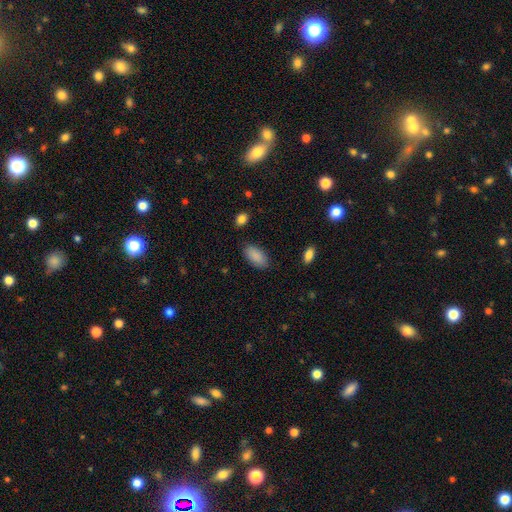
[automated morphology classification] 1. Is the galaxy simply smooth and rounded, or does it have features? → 89% smooth, 7% star or artifact, 4% featured or disk.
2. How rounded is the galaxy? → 93% in between, 5% cigar-shaped, 3% round.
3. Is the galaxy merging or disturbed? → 83% none, 12% minor disturbance, 3% major disturbance, 2% merger.